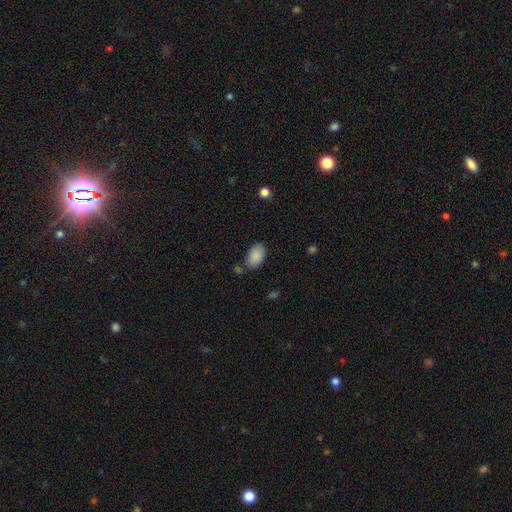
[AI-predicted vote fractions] smooth_or_featured: smooth (p=0.88) [alt: star or artifact p=0.07]
how_rounded: in between (p=0.92) [alt: round p=0.07]
merging: none (p=0.75) [alt: minor disturbance p=0.16]